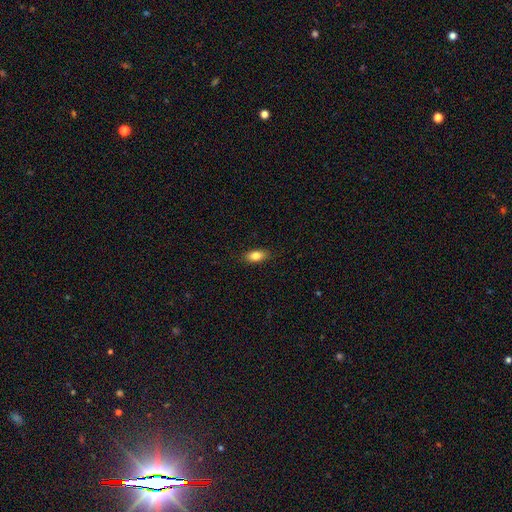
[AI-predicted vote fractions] smooth 82%, featured or disk 10%, star or artifact 8%. Down the decision tree: how rounded — in between (86%); merging — none (86%).